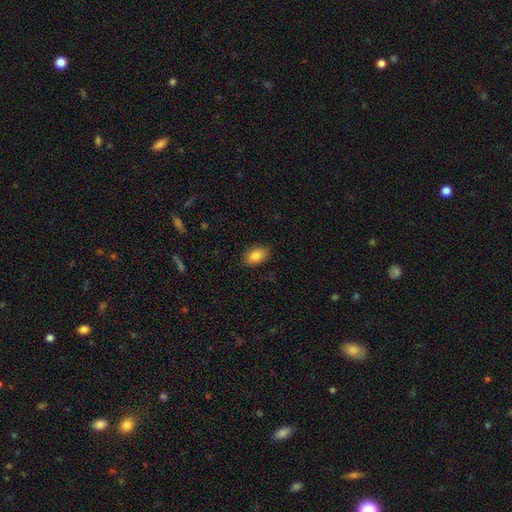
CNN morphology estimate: Smooth or featured?
  - smooth: 85% *
  - star or artifact: 8%
  - featured or disk: 7%
How rounded?
  - in between: 90% *
  - round: 8%
  - cigar-shaped: 2%
Merging?
  - none: 87% *
  - minor disturbance: 10%
  - major disturbance: 2%
  - merger: 1%